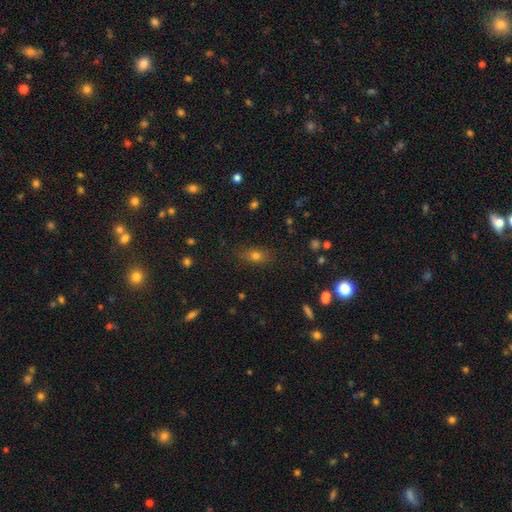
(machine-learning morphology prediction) This is likely a smooth galaxy (70%). How rounded: likely in between (68%). Merging: clearly none (82%).